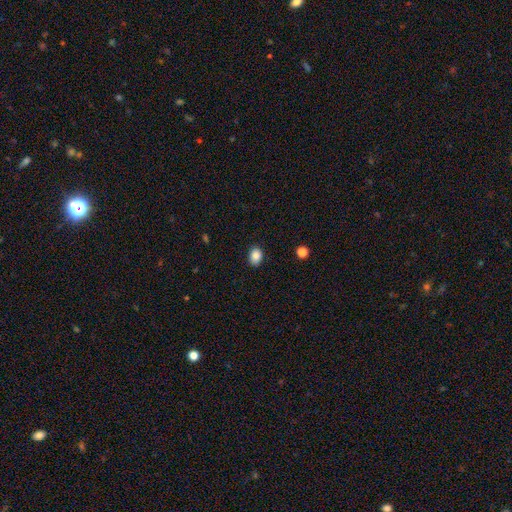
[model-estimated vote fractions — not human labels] Smooth or featured: smooth — 85% (star or artifact — 9%)
How rounded: in between — 63% (round — 36%)
Merging: none — 86% (minor disturbance — 10%)